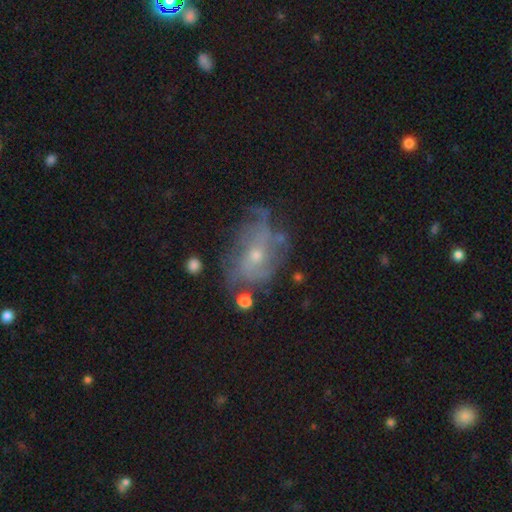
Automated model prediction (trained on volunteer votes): Smooth or featured?
  - featured or disk: 69% *
  - smooth: 19%
  - star or artifact: 12%
Edge-on disk?
  - no: 96% *
  - yes: 4%
Bar?
  - no: 73% *
  - weak: 22%
  - strong: 5%
Spiral arms?
  - yes: 68% *
  - no: 32%
Bulge size?
  - small: 66% *
  - moderate: 30%
  - none: 2%
  - large: 1%
  - dominant: 1%
Merging?
  - none: 48% *
  - minor disturbance: 25%
  - major disturbance: 22%
  - merger: 5%